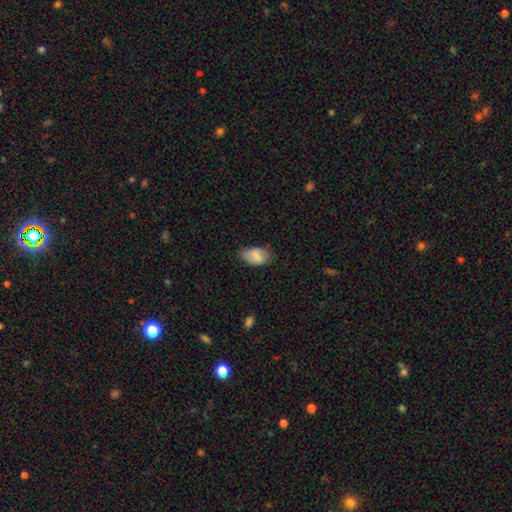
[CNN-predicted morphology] A smooth galaxy with no disk features (79%) that is in between round and cigar-shaped (92%).

Vote fractions:
- Smooth or featured? smooth: 79% / featured or disk: 14% / star or artifact: 7%
- How rounded? in between: 92% / round: 6% / cigar-shaped: 2%
- Merging? none: 72% / minor disturbance: 23% / major disturbance: 5% / merger: 1%